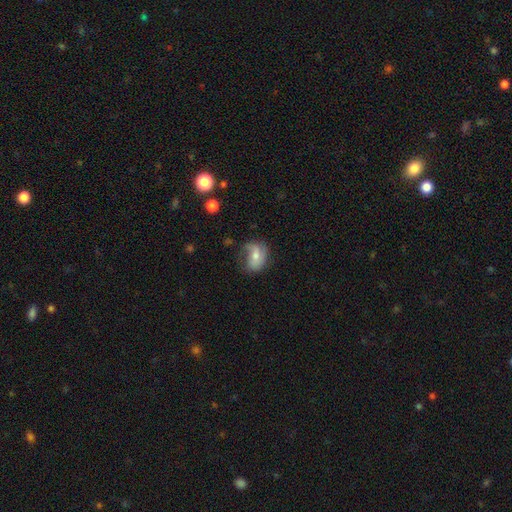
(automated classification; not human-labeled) smooth 47%, featured or disk 44%, star or artifact 9%. Down the decision tree: merging — none (47%).